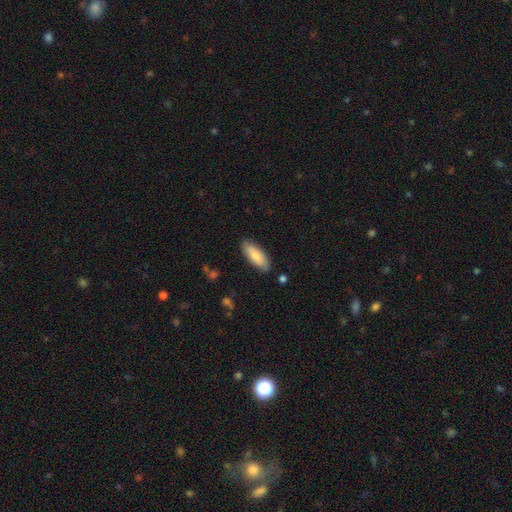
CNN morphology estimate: Smooth or featured? smooth (79%)
How rounded? in between (75%)
Merging? none (84%)